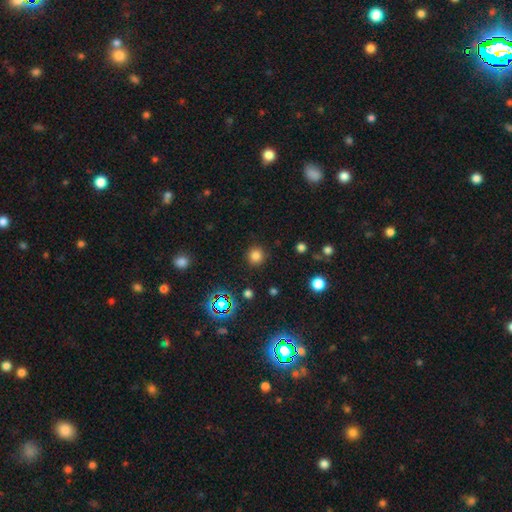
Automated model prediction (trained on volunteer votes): Smooth or featured? Predicted: smooth (p=0.78). How rounded? Predicted: round (p=0.94). Merging? Predicted: none (p=0.89).